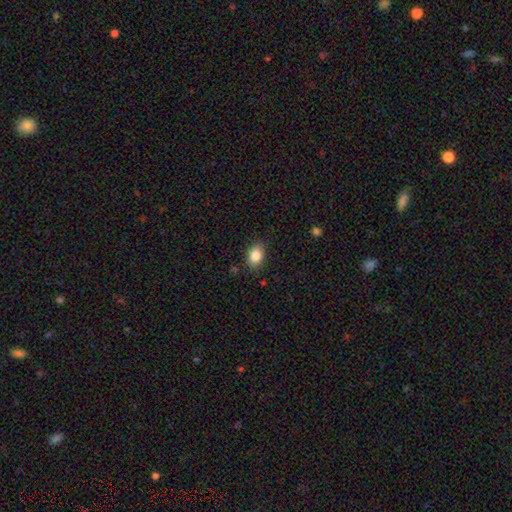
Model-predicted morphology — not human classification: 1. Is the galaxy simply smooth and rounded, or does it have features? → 85% smooth, 9% star or artifact, 6% featured or disk.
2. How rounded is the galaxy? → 76% in between, 22% round, 1% cigar-shaped.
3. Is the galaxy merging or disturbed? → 84% none, 12% minor disturbance, 3% major disturbance, 1% merger.